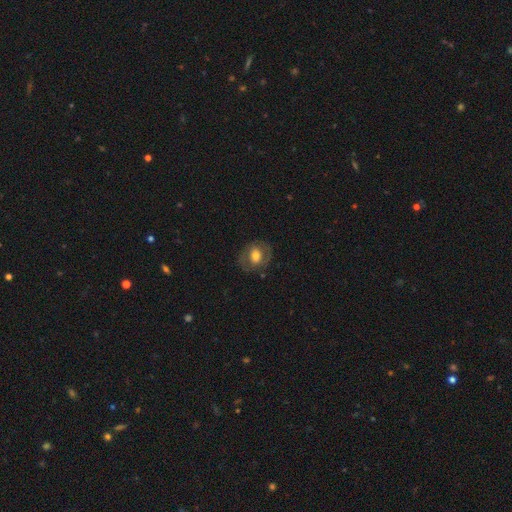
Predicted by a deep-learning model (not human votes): This appears to be a smooth galaxy with no disk features (53%) that is round (57%). Merging: none (75%).